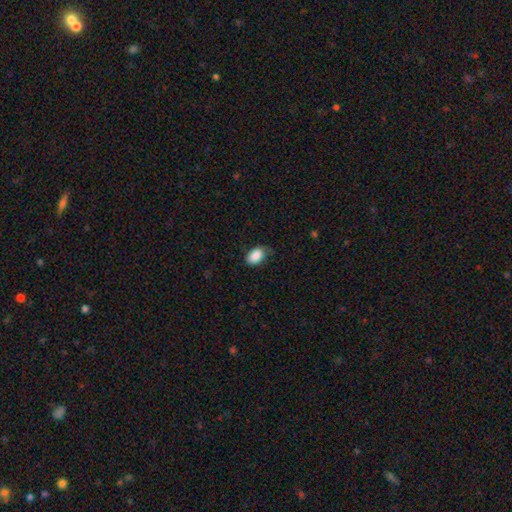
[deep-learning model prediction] smooth 87%, star or artifact 7%, featured or disk 6%. Down the decision tree: how rounded — in between (88%); merging — none (63%).